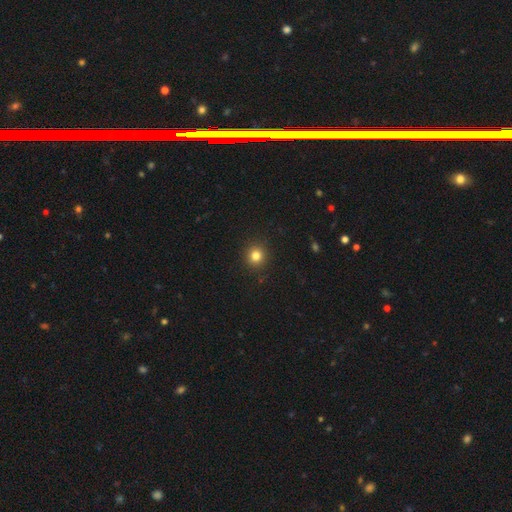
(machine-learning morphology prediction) Overall: smooth (81%). How rounded: round (91%). Merging: none (92%).